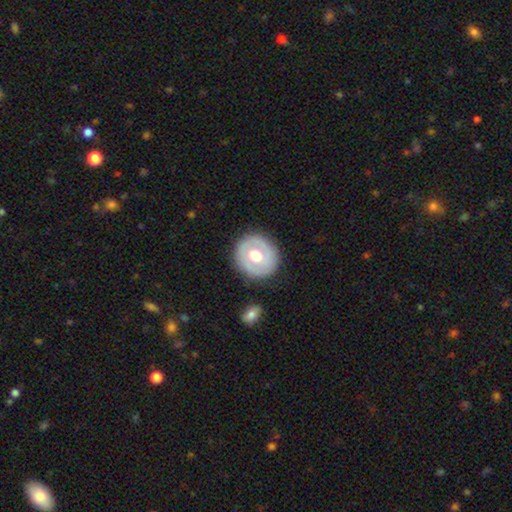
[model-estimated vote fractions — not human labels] This is possibly a featured or disk galaxy (49%). Merging: clearly none (85%).